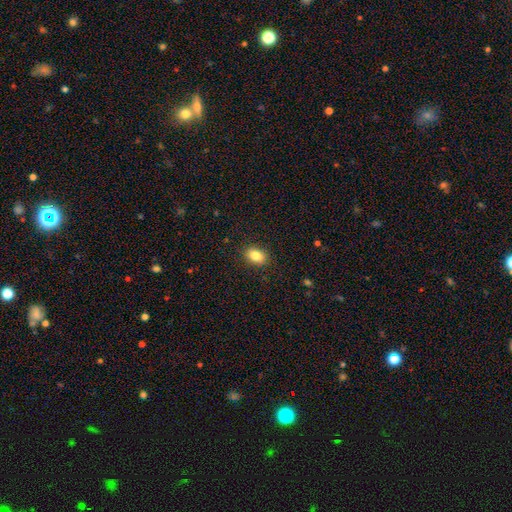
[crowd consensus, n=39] Smooth or featured?
  - smooth: 77% *
  - featured or disk: 18%
  - star or artifact: 5%
How rounded?
  - in between: 83% *
  - round: 17%
  - cigar-shaped: 0%
Merging?
  - none: 95% *
  - minor disturbance: 3%
  - merger: 3%
  - major disturbance: 0%